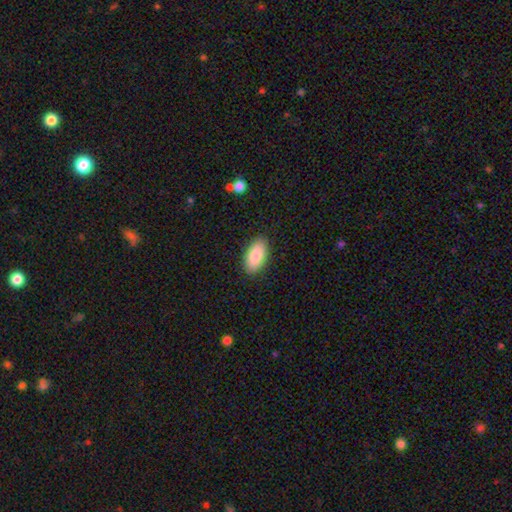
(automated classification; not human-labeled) Overall: smooth (87%). How rounded: in between (94%). Merging: none (88%).